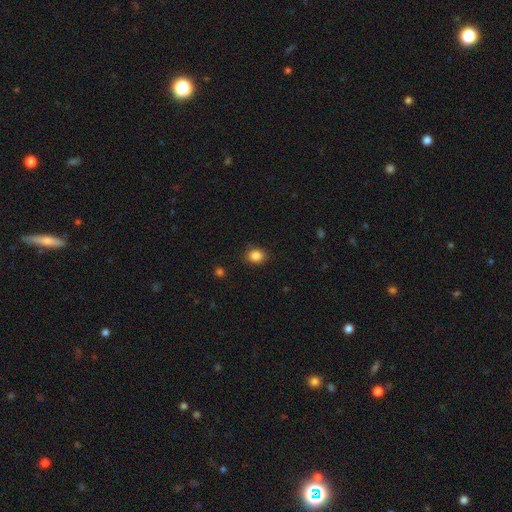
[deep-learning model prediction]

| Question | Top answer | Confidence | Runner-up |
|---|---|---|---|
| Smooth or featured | smooth | 86% | star or artifact (10%) |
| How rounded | round | 53% | in between (46%) |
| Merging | none | 86% | minor disturbance (10%) |